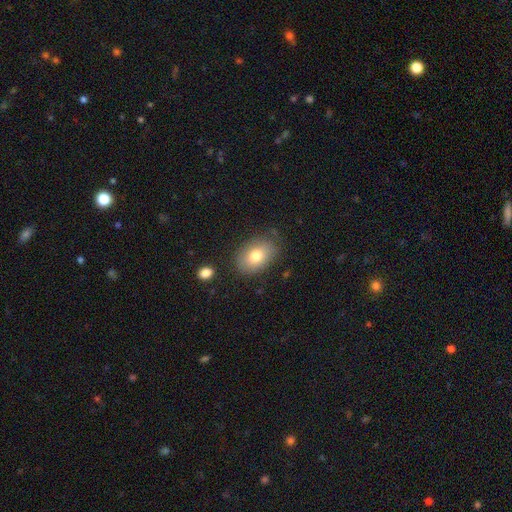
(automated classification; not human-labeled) Smooth or featured: smooth — 76% (featured or disk — 15%)
How rounded: in between — 83% (round — 16%)
Merging: none — 77% (minor disturbance — 16%)